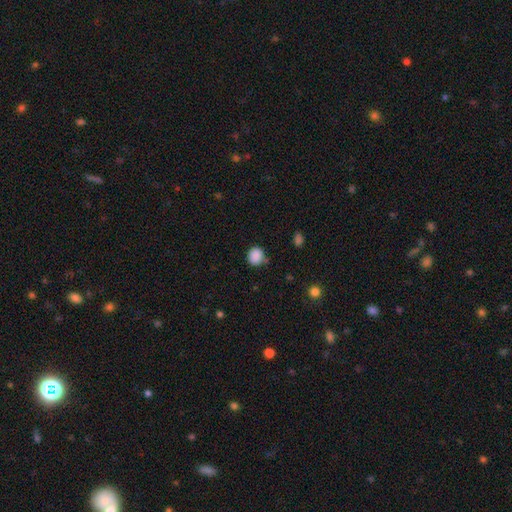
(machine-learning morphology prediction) Smooth or featured: smooth — 87% (star or artifact — 10%)
How rounded: round — 73% (in between — 26%)
Merging: none — 75% (minor disturbance — 17%)